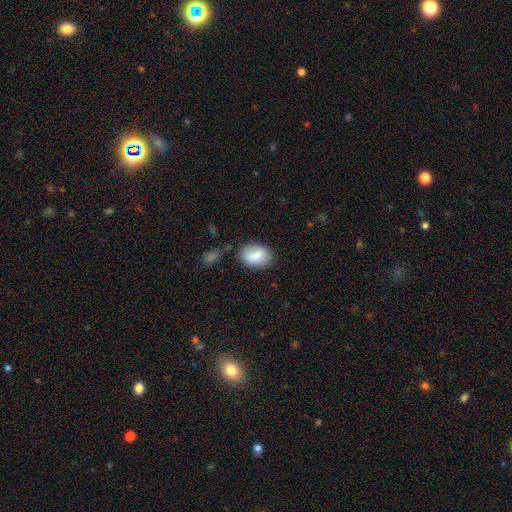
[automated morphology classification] smooth_or_featured: smooth (p=0.83) [alt: featured or disk p=0.10]
how_rounded: in between (p=0.78) [alt: round p=0.20]
merging: none (p=0.72) [alt: minor disturbance p=0.18]